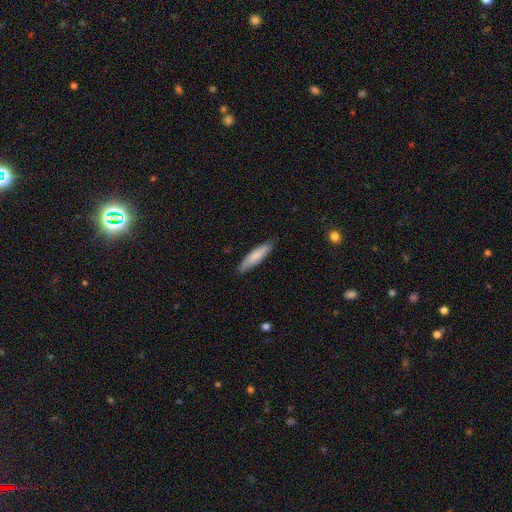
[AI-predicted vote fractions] Morphology: type=smooth (81%); roundness=cigar-shaped (78%); merging=none (86%).